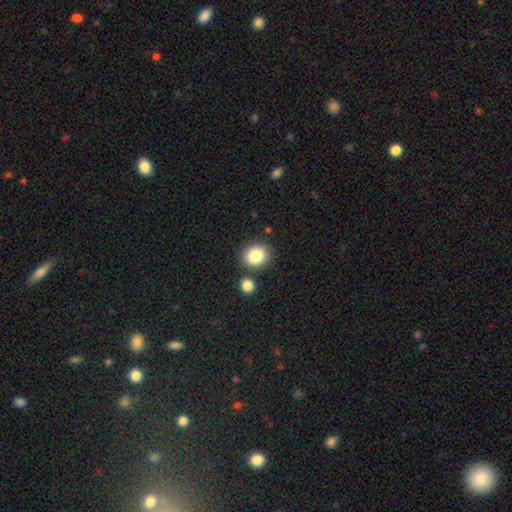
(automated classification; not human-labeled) Q: Smooth or featured?
A: smooth (85%); runner-up: star or artifact (9%)
Q: How rounded?
A: round (72%); runner-up: in between (27%)
Q: Merging?
A: none (78%); runner-up: merger (10%)